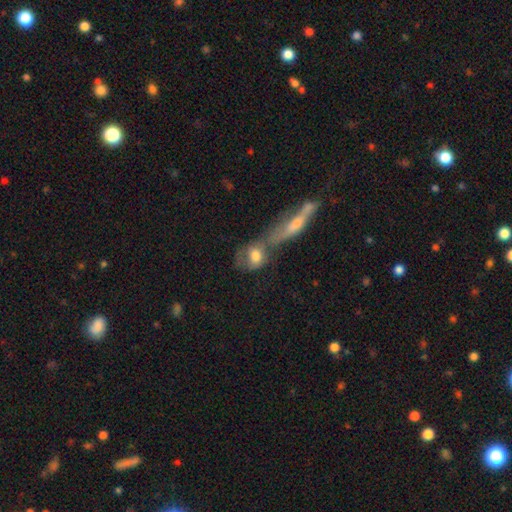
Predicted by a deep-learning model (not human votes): smooth_or_featured: smooth (p=0.64) [alt: featured or disk p=0.28]
how_rounded: in between (p=0.51) [alt: round p=0.39]
merging: merger (p=0.57) [alt: none p=0.23]